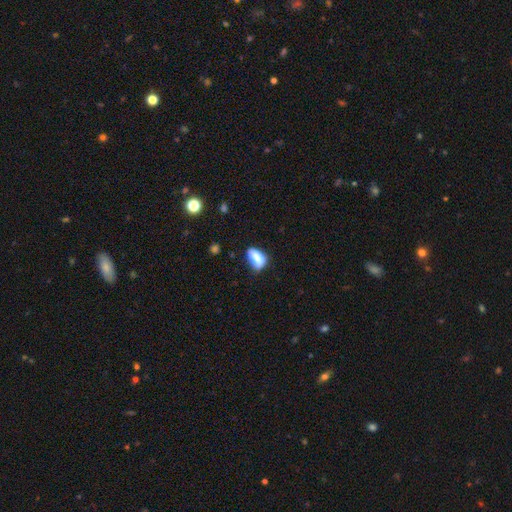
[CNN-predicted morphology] A smooth galaxy with no disk features (81%) that is in between round and cigar-shaped (89%). Merging: none (49%).